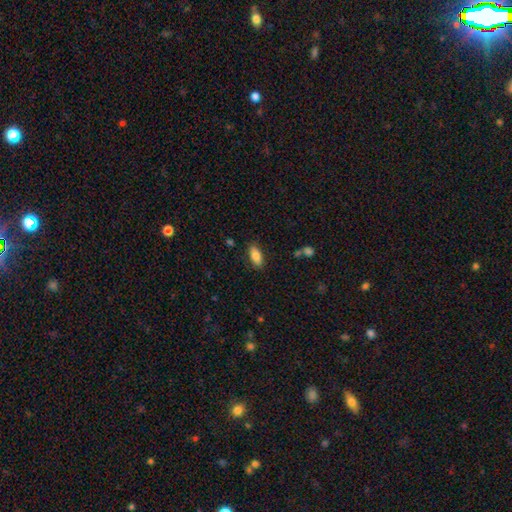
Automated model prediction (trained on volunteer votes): This is clearly a smooth galaxy (83%). How rounded: clearly in between (88%). Merging: clearly none (84%).